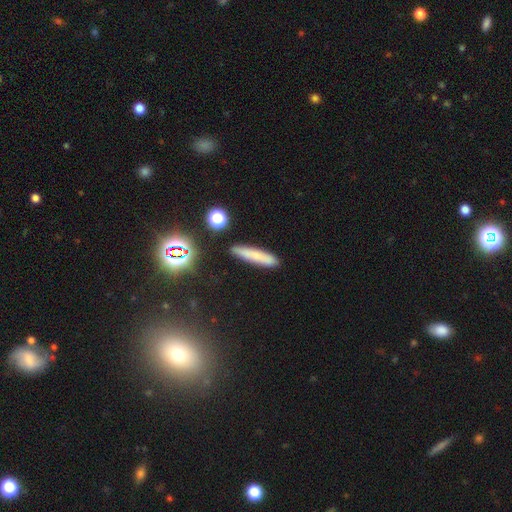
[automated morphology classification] Overall: smooth (70%). How rounded: cigar-shaped (90%). Merging: none (88%).